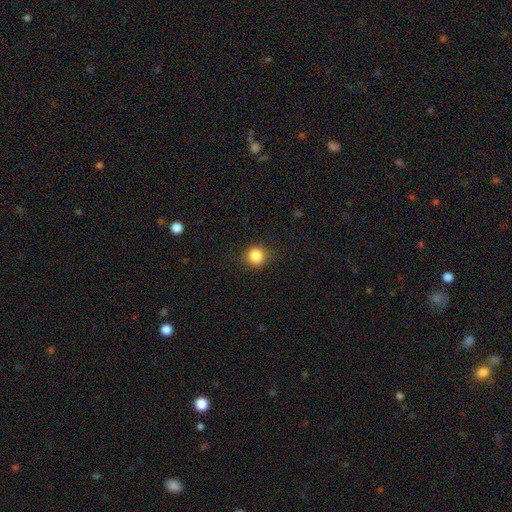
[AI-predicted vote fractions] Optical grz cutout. It shows a smooth galaxy with no disk features (84%) that is round (83%). Merging: none (86%).